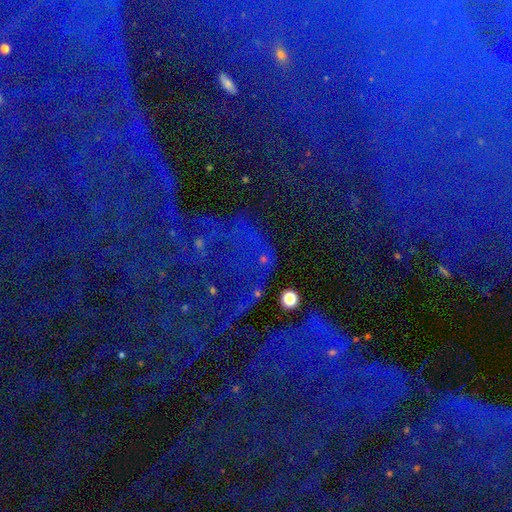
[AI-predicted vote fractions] Smooth or featured?
  - star or artifact: 83% *
  - smooth: 9%
  - featured or disk: 8%